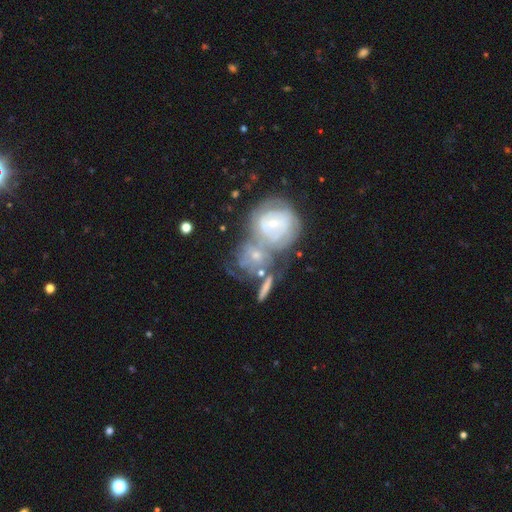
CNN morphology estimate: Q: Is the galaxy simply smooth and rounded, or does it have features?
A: featured or disk — 68%.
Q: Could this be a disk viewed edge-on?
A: no — 95%.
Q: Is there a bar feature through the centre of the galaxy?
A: no — 62%.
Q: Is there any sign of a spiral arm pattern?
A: yes — 76%.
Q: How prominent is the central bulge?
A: small — 63%.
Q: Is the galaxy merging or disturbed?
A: merger — 61%.